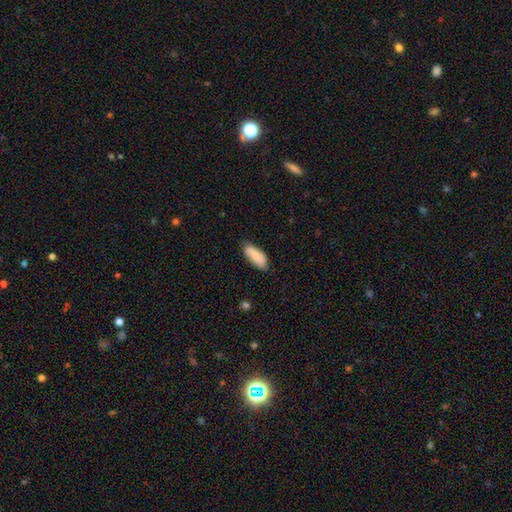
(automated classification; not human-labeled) Smooth or featured? Predicted: smooth (p=0.83). How rounded? Predicted: in between (p=0.78). Merging? Predicted: none (p=0.79).